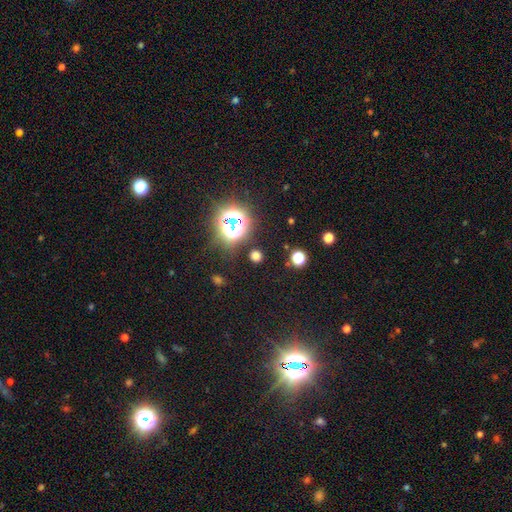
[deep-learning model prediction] Smooth or featured: smooth — 57% (star or artifact — 38%)
How rounded: round — 88% (in between — 11%)
Merging: none — 84% (minor disturbance — 8%)